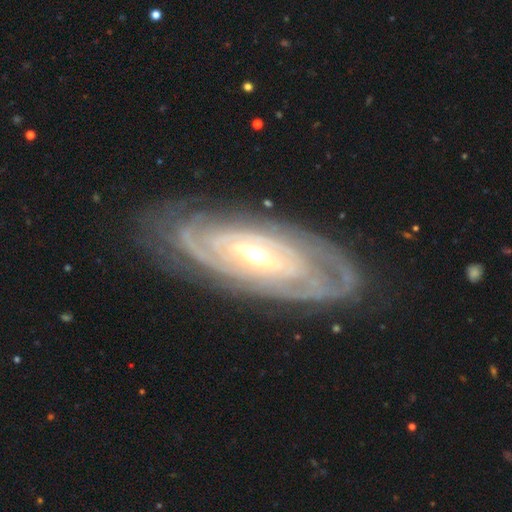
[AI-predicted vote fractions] Smooth or featured? Predicted: featured or disk (p=0.87). Edge-on disk? Predicted: no (p=0.89). Bar? Predicted: no (p=0.43). Spiral arms? Predicted: yes (p=0.91). Spiral winding? Predicted: tight (p=0.80). Spiral arm count? Predicted: can't tell (p=0.46). Bulge size? Predicted: moderate (p=0.49). Merging? Predicted: none (p=0.80).